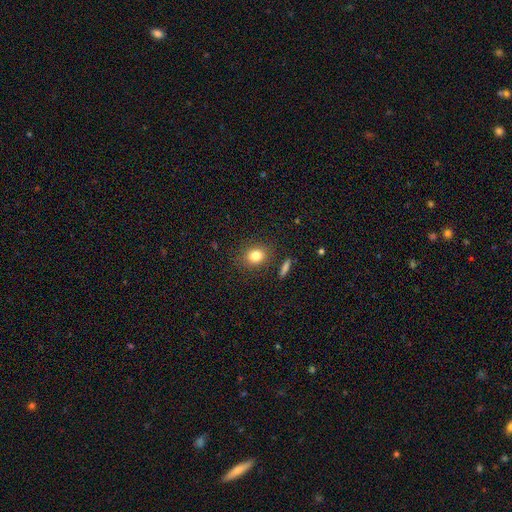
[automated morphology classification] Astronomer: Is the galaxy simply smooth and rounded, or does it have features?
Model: smooth — 82%.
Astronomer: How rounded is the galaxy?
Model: round — 58% (runner-up: in between, 41%).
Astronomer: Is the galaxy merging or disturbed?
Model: none — 84%.